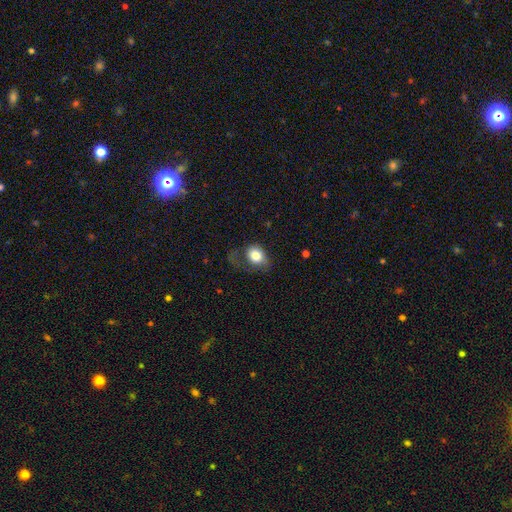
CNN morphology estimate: The model was most divided on "merging": major disturbance: 37%, none: 34%, minor disturbance: 27%, merger: 2%. More confident: smooth or featured — smooth (77%); how rounded — in between (52%).